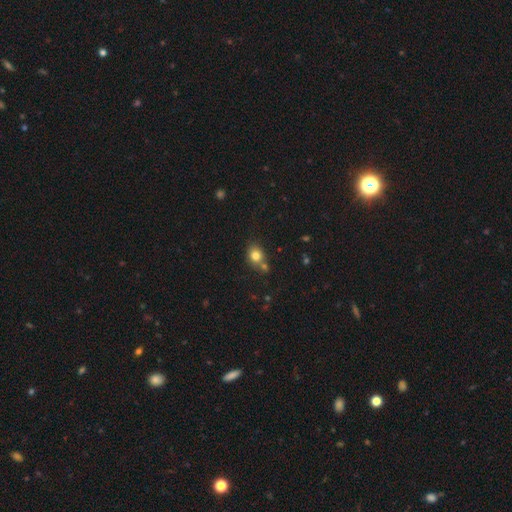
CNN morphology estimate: smooth-or-featured: smooth: 79% | star or artifact: 12% | featured or disk: 9%
  how-rounded: round: 62% | in between: 37% | cigar-shaped: 1%
  merging: none: 60% | merger: 23% | minor disturbance: 14% | major disturbance: 4%